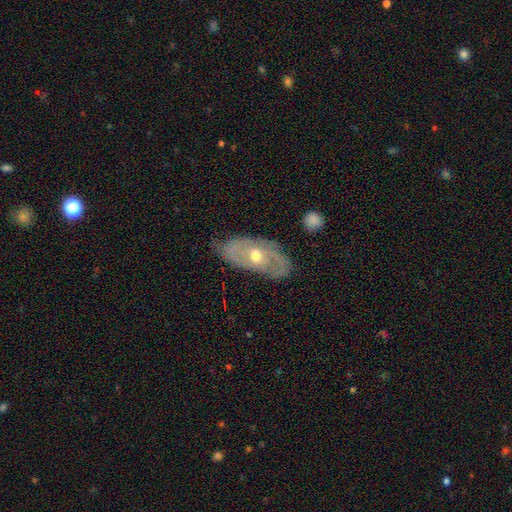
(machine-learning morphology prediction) A featured or disk galaxy (67%) with no bar (79%), spiral arms (55%) and a moderate central bulge (64%).

Vote fractions:
- Smooth or featured? featured or disk: 67% / smooth: 22% / star or artifact: 10%
- Edge-on disk? no: 86% / yes: 14%
- Bar? no: 79% / weak: 16% / strong: 5%
- Spiral arms? yes: 55% / no: 45%
- Bulge size? moderate: 64% / small: 32% / large: 2% / none: 1% / dominant: 1%
- Merging? none: 80% / minor disturbance: 15% / major disturbance: 4% / merger: 2%